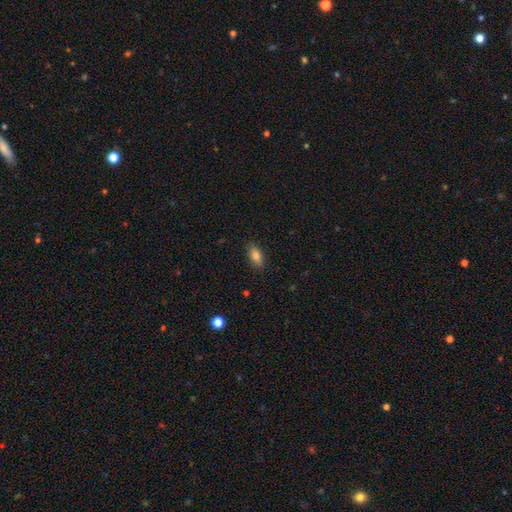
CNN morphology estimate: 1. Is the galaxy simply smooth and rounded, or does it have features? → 79% smooth, 13% featured or disk, 8% star or artifact.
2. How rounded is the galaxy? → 83% in between, 13% cigar-shaped, 4% round.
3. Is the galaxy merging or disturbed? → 87% none, 10% minor disturbance, 2% major disturbance, 1% merger.